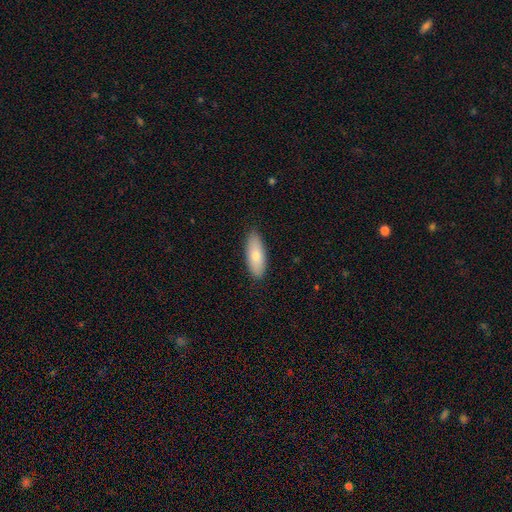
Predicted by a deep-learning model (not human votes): smooth_or_featured: smooth (p=0.74) [alt: featured or disk p=0.20]
how_rounded: in between (p=0.76) [alt: cigar-shaped p=0.22]
merging: none (p=0.88) [alt: minor disturbance p=0.09]